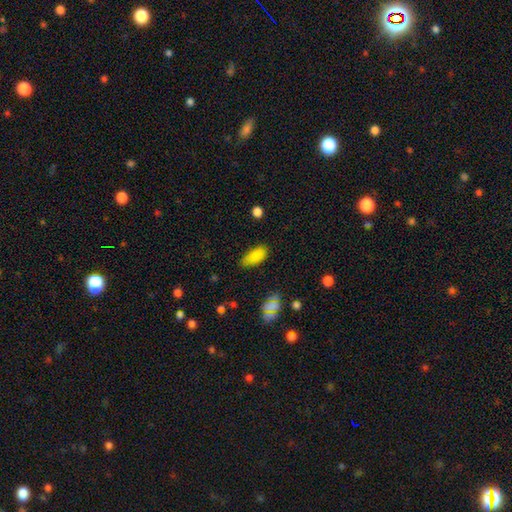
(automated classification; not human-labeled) smooth-or-featured: smooth: 85% | star or artifact: 10% | featured or disk: 5%
  how-rounded: in between: 88% | cigar-shaped: 9% | round: 3%
  merging: none: 78% | minor disturbance: 17% | major disturbance: 4% | merger: 2%